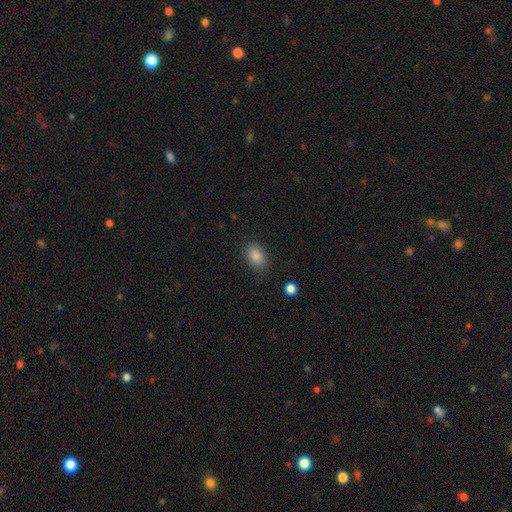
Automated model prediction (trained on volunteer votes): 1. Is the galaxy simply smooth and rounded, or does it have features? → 85% smooth, 10% star or artifact, 5% featured or disk.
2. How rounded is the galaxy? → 78% in between, 20% round, 1% cigar-shaped.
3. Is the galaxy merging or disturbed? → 84% none, 11% minor disturbance, 3% major disturbance, 1% merger.